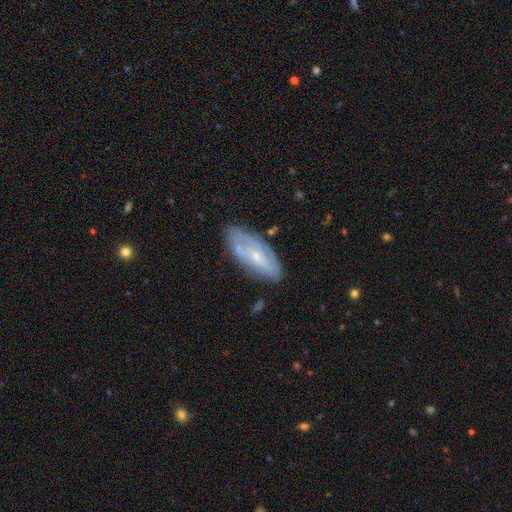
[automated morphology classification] Smooth or featured?
  - featured or disk: 61% *
  - smooth: 32%
  - star or artifact: 7%
Edge-on disk?
  - no: 82% *
  - yes: 18%
Bar?
  - no: 57% *
  - weak: 32%
  - strong: 11%
Spiral arms?
  - yes: 61% *
  - no: 39%
Bulge size?
  - small: 69% *
  - moderate: 25%
  - none: 4%
  - large: 1%
  - dominant: 1%
Merging?
  - none: 70% *
  - minor disturbance: 21%
  - major disturbance: 6%
  - merger: 3%